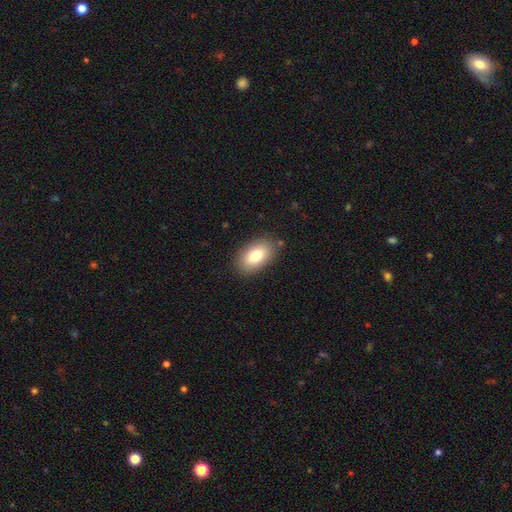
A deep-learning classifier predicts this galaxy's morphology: smooth_or_featured: smooth (p=0.78) [alt: featured or disk p=0.13]
how_rounded: in between (p=0.90) [alt: round p=0.08]
merging: none (p=0.86) [alt: minor disturbance p=0.10]